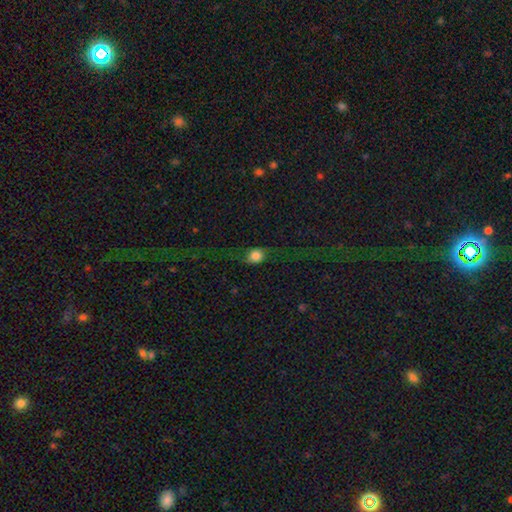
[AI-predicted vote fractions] Smooth or featured?
  - smooth: 72% *
  - featured or disk: 17%
  - star or artifact: 11%
How rounded?
  - round: 63% *
  - in between: 34%
  - cigar-shaped: 3%
Merging?
  - none: 66% *
  - minor disturbance: 18%
  - major disturbance: 14%
  - merger: 2%